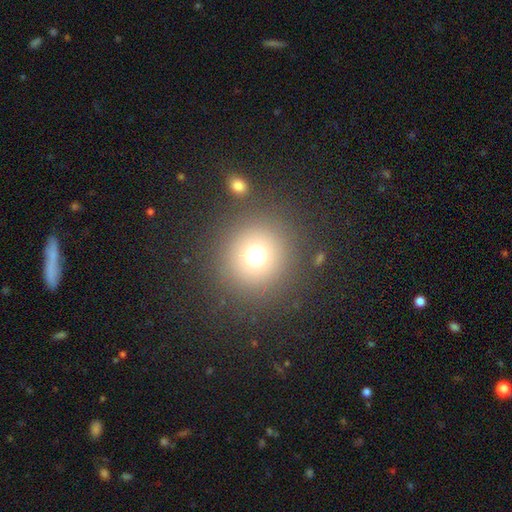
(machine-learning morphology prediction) smooth_or_featured: smooth (p=0.71) [alt: star or artifact p=0.20]
how_rounded: round (p=0.93) [alt: in between p=0.06]
merging: none (p=0.83) [alt: minor disturbance p=0.07]